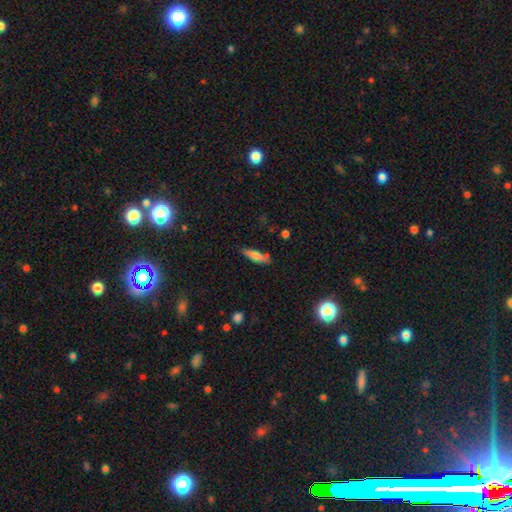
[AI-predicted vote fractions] A smooth galaxy with no disk features (63%) that is cigar-shaped (72%). Merging: none (77%).